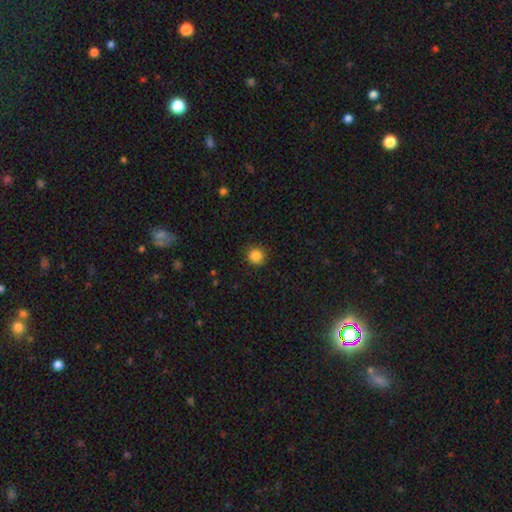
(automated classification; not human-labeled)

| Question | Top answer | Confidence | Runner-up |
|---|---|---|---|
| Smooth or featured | smooth | 85% | star or artifact (11%) |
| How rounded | round | 93% | in between (6%) |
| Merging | none | 90% | minor disturbance (7%) |